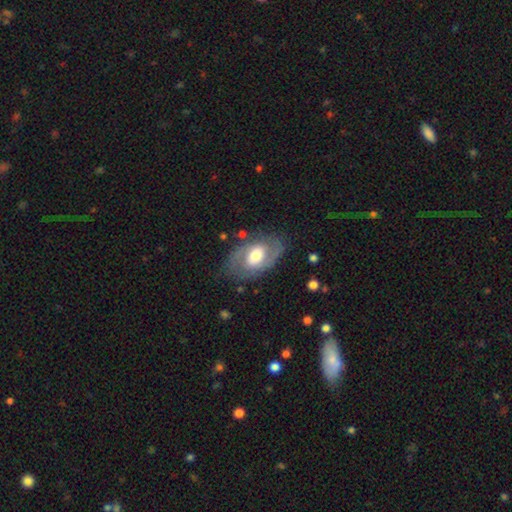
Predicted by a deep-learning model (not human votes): A featured or disk galaxy (65%) with no bar (53%), spiral arms (69%) and a moderate central bulge (55%).

Vote fractions:
- Smooth or featured? featured or disk: 65% / smooth: 29% / star or artifact: 6%
- Edge-on disk? no: 94% / yes: 6%
- Bar? no: 53% / weak: 35% / strong: 12%
- Spiral arms? yes: 69% / no: 31%
- Bulge size? moderate: 55% / large: 30% / small: 11% / dominant: 3% / none: 1%
- Merging? none: 72% / minor disturbance: 17% / major disturbance: 9% / merger: 2%